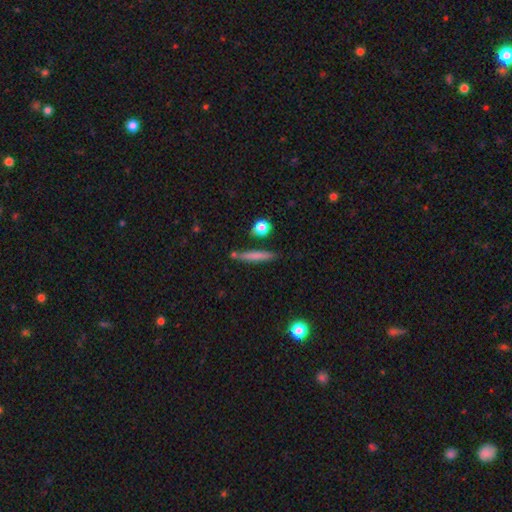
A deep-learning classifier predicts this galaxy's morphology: type=smooth (68%); roundness=cigar-shaped (89%); merging=none (79%).